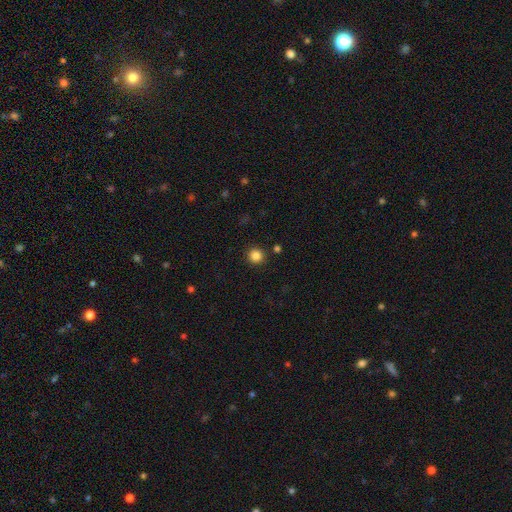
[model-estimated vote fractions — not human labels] This is clearly a smooth galaxy (84%). How rounded: clearly round (95%). Merging: clearly none (91%).